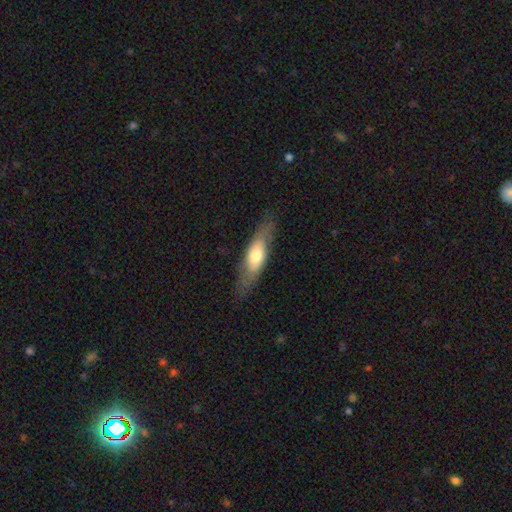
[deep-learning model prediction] Smooth or featured? smooth (54%)
How rounded? in between (53%)
Merging? none (75%)